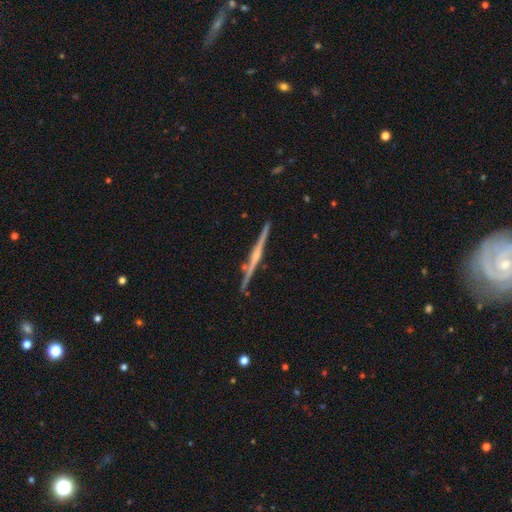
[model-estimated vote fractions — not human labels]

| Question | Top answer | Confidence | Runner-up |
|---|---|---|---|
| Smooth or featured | featured or disk | 83% | smooth (12%) |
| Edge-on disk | yes | 98% | no (2%) |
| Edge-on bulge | rounded | 70% | none (21%) |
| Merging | none | 88% | minor disturbance (8%) |